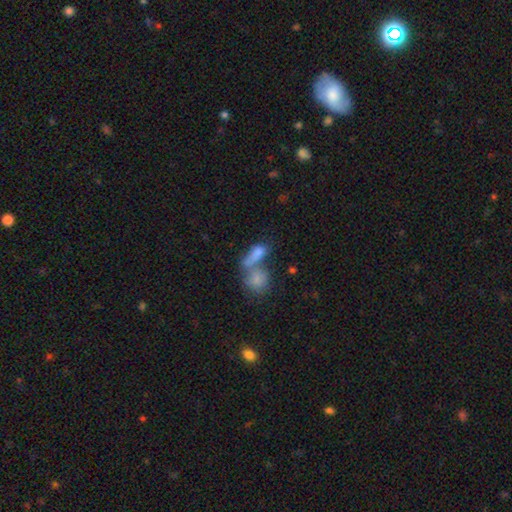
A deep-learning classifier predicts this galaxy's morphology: smooth 74%, featured or disk 15%, star or artifact 10%. Down the decision tree: how rounded — in between (70%); merging — merger (60%).